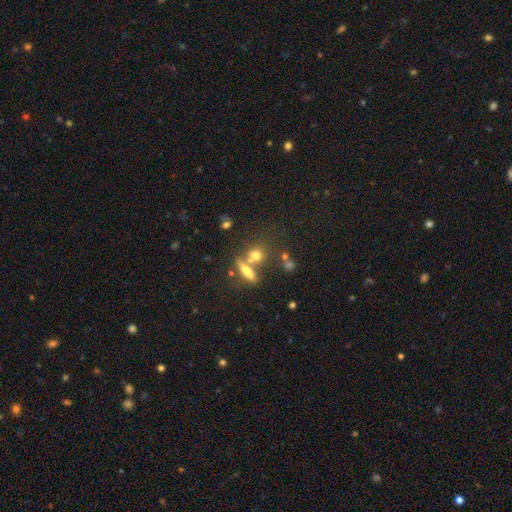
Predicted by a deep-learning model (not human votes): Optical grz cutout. It shows a smooth galaxy with no disk features (65%) that is round (53%). Merging: none (54%).